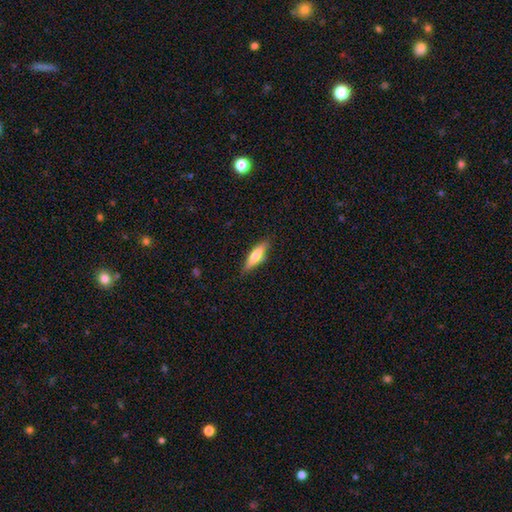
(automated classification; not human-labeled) Smooth or featured?
  - smooth: 57% *
  - featured or disk: 37%
  - star or artifact: 6%
How rounded?
  - cigar-shaped: 67% *
  - in between: 31%
  - round: 2%
Merging?
  - none: 82% *
  - minor disturbance: 14%
  - major disturbance: 3%
  - merger: 1%